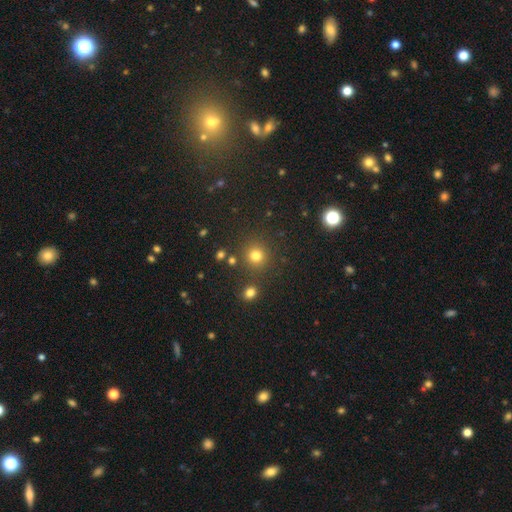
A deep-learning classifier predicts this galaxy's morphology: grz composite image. It shows a smooth galaxy with no disk features (77%) that is round (91%). Merging: none (83%).